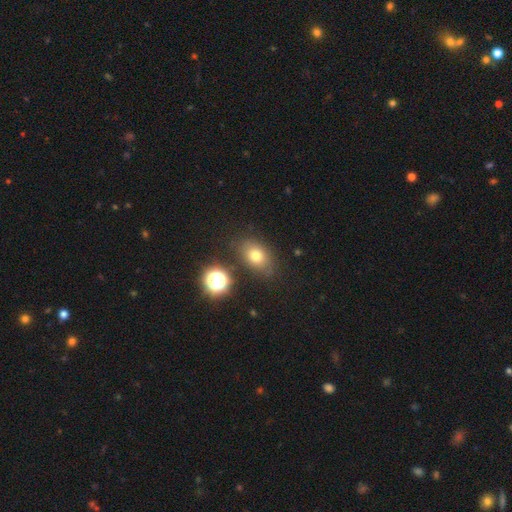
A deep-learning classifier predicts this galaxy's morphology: Smooth or featured? smooth (72%)
How rounded? in between (69%)
Merging? none (78%)